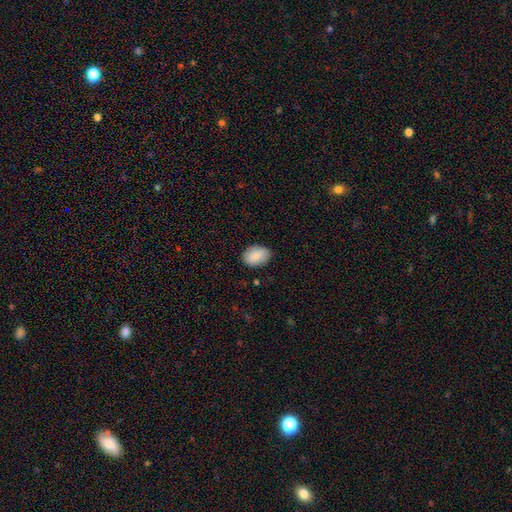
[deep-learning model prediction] This appears to be a smooth galaxy with no disk features (87%) that is in between round and cigar-shaped (85%). Merging: none (85%).